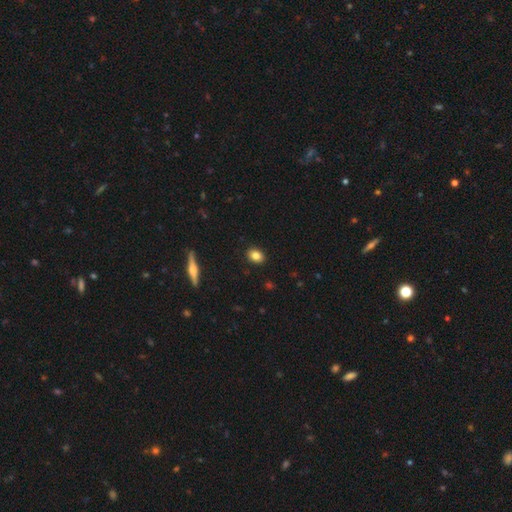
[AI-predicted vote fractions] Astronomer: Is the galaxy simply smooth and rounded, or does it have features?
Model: smooth — 83%.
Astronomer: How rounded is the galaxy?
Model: in between — 67%.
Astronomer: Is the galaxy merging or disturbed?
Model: none — 90%.